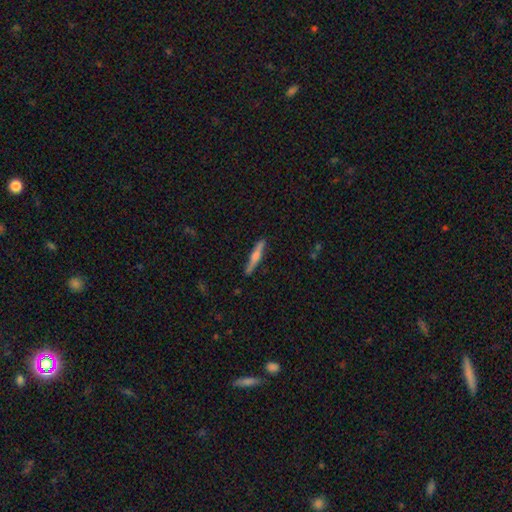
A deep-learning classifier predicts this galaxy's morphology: Q: Smooth or featured?
A: featured or disk (59%); runner-up: smooth (35%)
Q: Edge-on disk?
A: yes (97%); runner-up: no (3%)
Q: Edge-on bulge?
A: rounded (76%); runner-up: boxy (12%)
Q: Merging?
A: none (89%); runner-up: minor disturbance (8%)